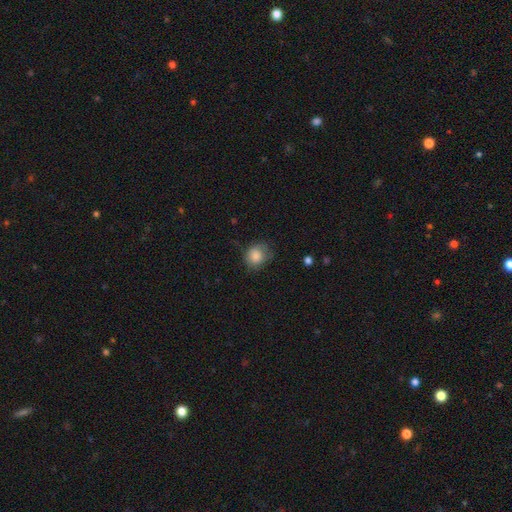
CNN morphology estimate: Smooth or featured? Predicted: smooth (p=0.82). How rounded? Predicted: round (p=0.69). Merging? Predicted: none (p=0.65).